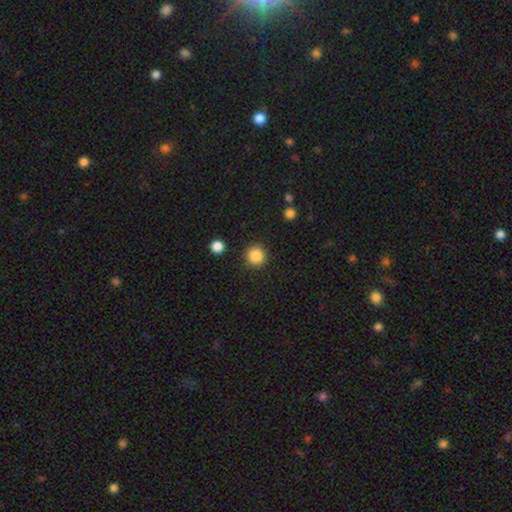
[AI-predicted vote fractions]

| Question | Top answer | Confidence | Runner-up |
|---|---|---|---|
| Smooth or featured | smooth | 87% | star or artifact (10%) |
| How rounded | round | 94% | in between (5%) |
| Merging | none | 90% | minor disturbance (6%) |